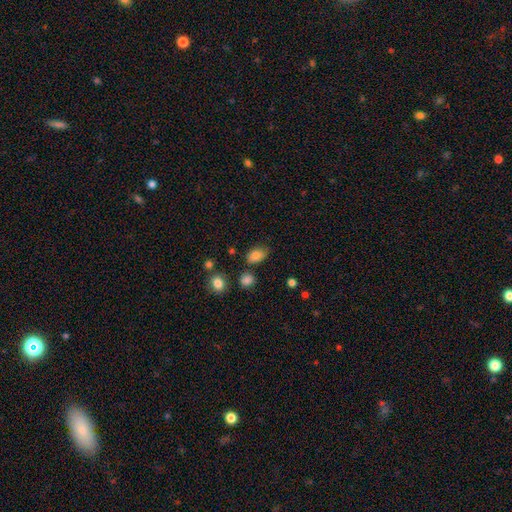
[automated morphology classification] A smooth galaxy with no disk features (82%) that is in between round and cigar-shaped (83%). Merging: none (72%).